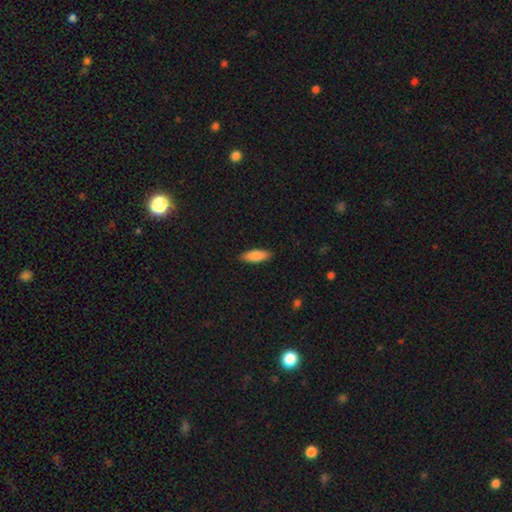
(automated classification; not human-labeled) Smooth or featured? smooth (85%)
How rounded? in between (66%)
Merging? none (88%)